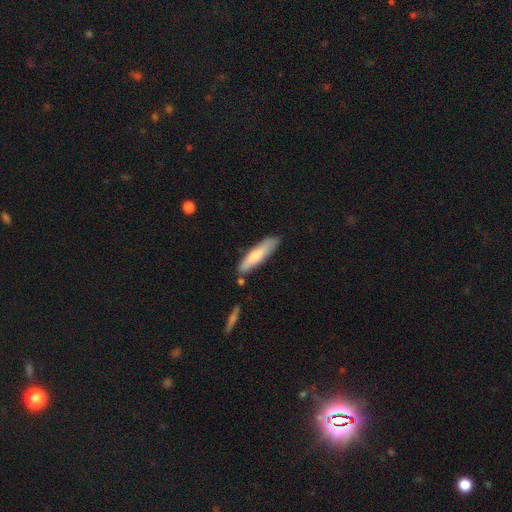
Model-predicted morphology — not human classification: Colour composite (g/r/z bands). It shows a smooth galaxy with no disk features (71%) that is cigar-shaped (76%). Merging: none (78%).